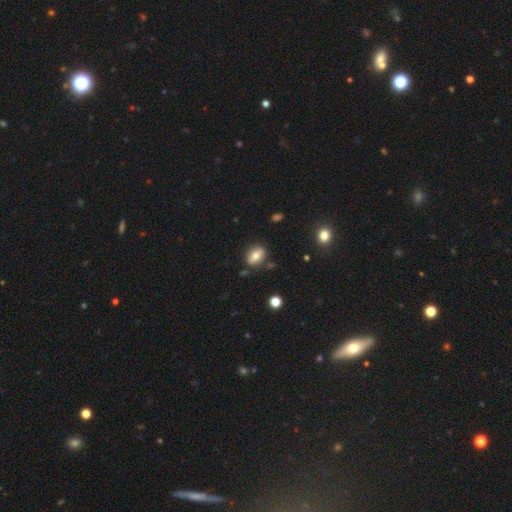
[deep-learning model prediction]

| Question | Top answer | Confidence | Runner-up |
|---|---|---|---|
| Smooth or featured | smooth | 72% | featured or disk (19%) |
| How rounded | in between | 76% | round (21%) |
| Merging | none | 79% | minor disturbance (13%) |